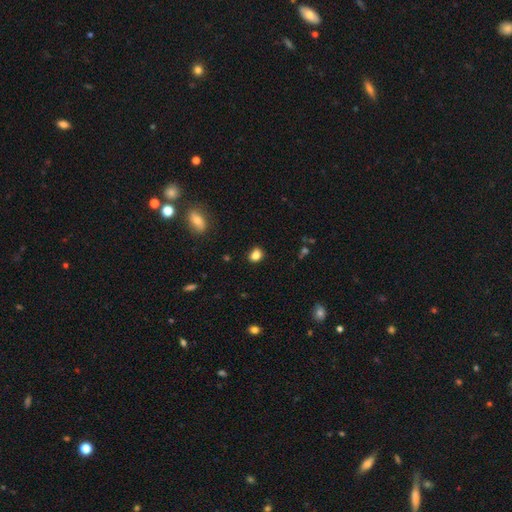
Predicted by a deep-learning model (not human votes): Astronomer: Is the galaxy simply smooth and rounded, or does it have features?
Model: smooth — 83%.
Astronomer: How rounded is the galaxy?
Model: round — 53% (runner-up: in between, 46%).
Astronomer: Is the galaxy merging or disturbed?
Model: none — 78%.